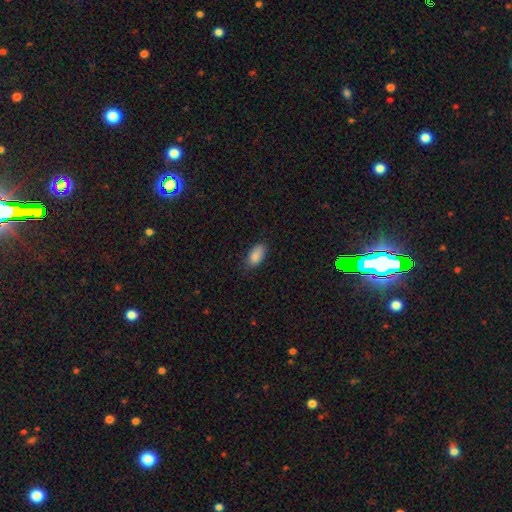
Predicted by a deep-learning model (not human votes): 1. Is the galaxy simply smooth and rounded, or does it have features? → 88% smooth, 7% star or artifact, 5% featured or disk.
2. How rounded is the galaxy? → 92% in between, 4% cigar-shaped, 3% round.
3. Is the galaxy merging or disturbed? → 78% none, 18% minor disturbance, 3% major disturbance, 1% merger.